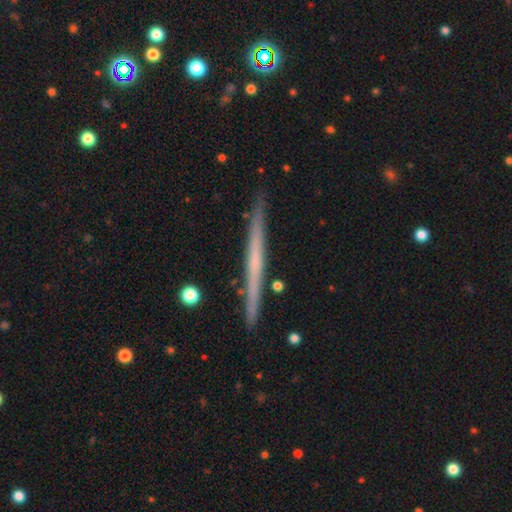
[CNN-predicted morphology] Smooth or featured? Predicted: featured or disk (p=0.61). Edge-on disk? Predicted: yes (p=0.97). Edge-on bulge? Predicted: none (p=0.83). Merging? Predicted: none (p=0.90).